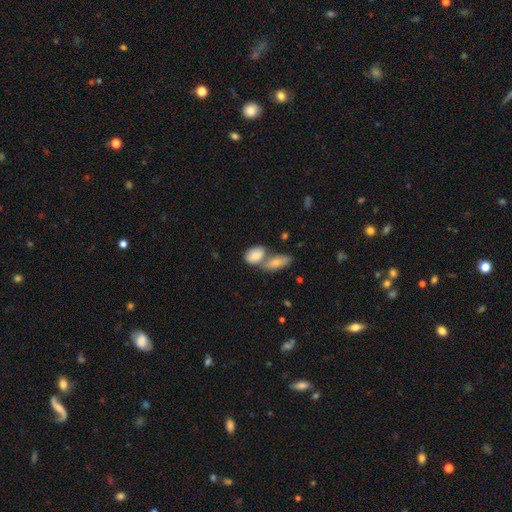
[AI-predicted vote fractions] Smooth or featured? Predicted: smooth (p=0.84). How rounded? Predicted: in between (p=0.87). Merging? Predicted: merger (p=0.51).